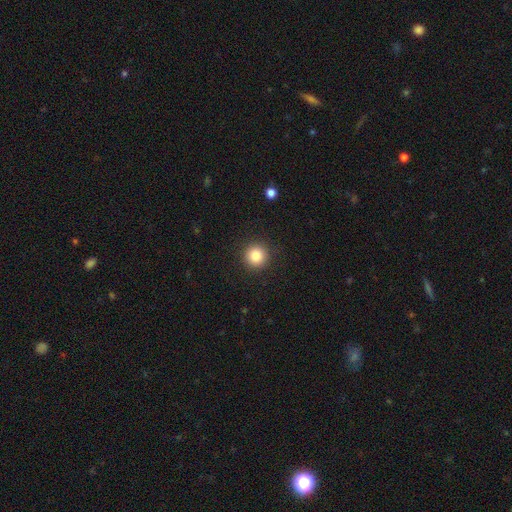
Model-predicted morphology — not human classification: The model was most divided on "smooth or featured": smooth: 84%, star or artifact: 10%, featured or disk: 5%. More confident: how rounded — round (95%); merging — none (91%).